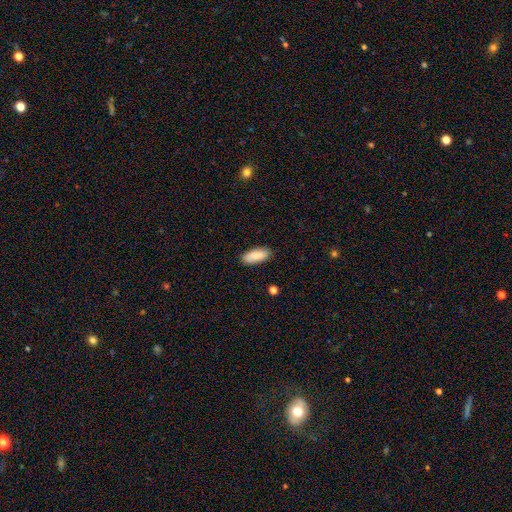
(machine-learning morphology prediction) A smooth galaxy with no disk features (88%) that is in between round and cigar-shaped (79%). Merging: none (87%).